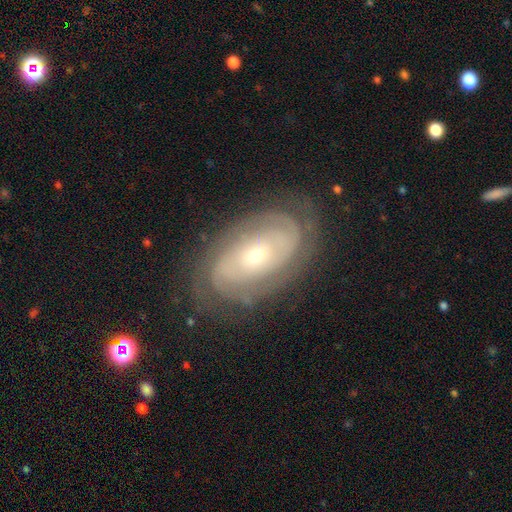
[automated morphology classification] Smooth or featured?
  - featured or disk: 83% *
  - smooth: 10%
  - star or artifact: 6%
Edge-on disk?
  - no: 95% *
  - yes: 5%
Bar?
  - no: 72% *
  - weak: 19%
  - strong: 8%
Spiral arms?
  - yes: 93% *
  - no: 7%
Spiral winding?
  - tight: 77% *
  - medium: 18%
  - loose: 5%
Spiral arm count?
  - can't tell: 34% *
  - 2: 33%
  - 3: 15%
  - 4: 8%
  - more than 4: 5%
  - 1: 5%
Bulge size?
  - small: 63% *
  - moderate: 33%
  - large: 2%
  - dominant: 1%
  - none: 1%
Merging?
  - none: 79% *
  - minor disturbance: 14%
  - major disturbance: 6%
  - merger: 1%